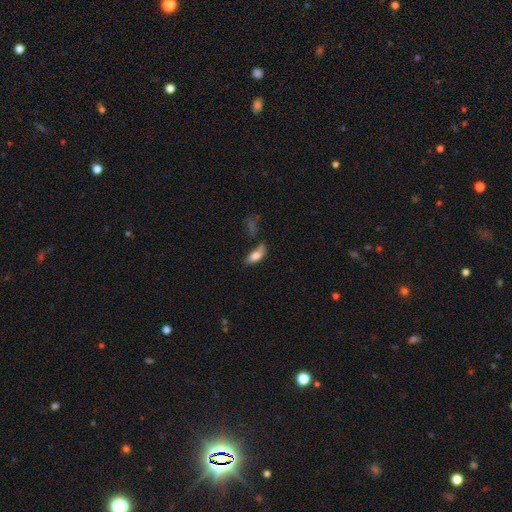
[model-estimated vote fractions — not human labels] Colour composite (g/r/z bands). It shows a smooth galaxy with no disk features (80%) that is in between round and cigar-shaped (84%). Merging: none (53%).